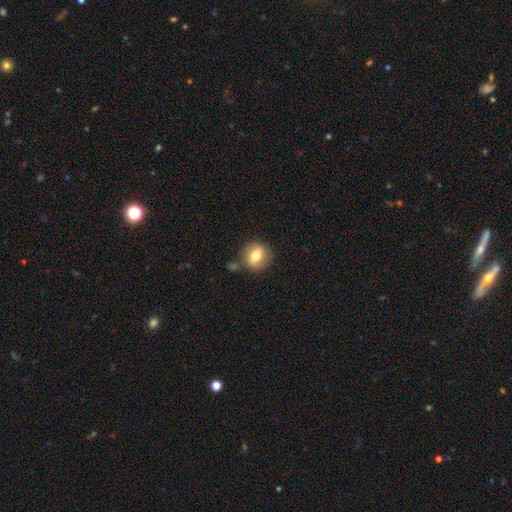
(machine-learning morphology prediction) smooth 70%, featured or disk 21%, star or artifact 9%. Down the decision tree: how rounded — round (81%); merging — none (78%).